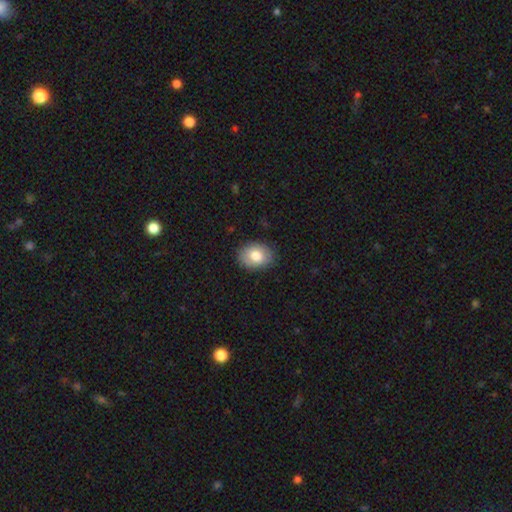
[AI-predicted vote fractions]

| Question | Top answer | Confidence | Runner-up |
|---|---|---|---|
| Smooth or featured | smooth | 77% | featured or disk (16%) |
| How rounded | in between | 69% | round (30%) |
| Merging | none | 86% | minor disturbance (11%) |